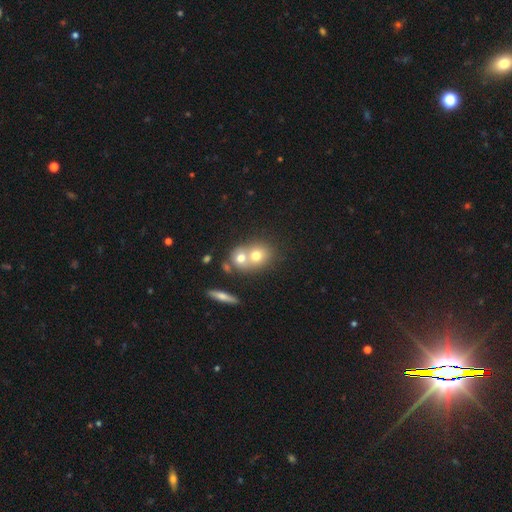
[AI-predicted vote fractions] smooth-or-featured: smooth: 65% | featured or disk: 24% | star or artifact: 11%
  how-rounded: round: 68% | in between: 31% | cigar-shaped: 2%
  merging: merger: 62% | none: 29% | minor disturbance: 6% | major disturbance: 3%